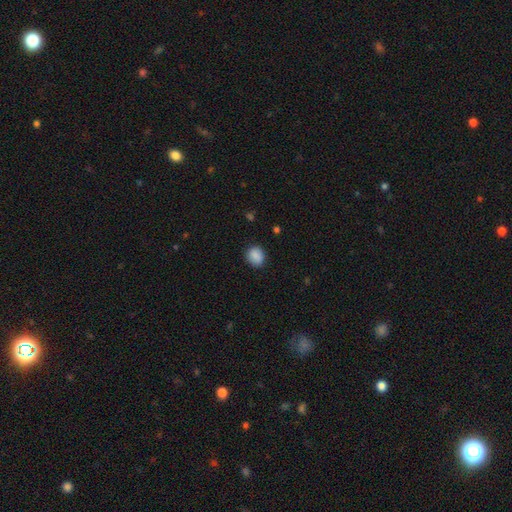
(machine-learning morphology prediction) A smooth galaxy with no disk features (88%) that is round (69%). Merging: none (86%).